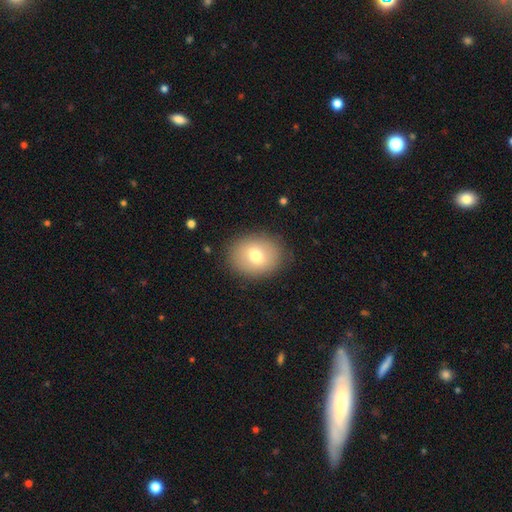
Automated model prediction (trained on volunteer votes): Smooth or featured? Predicted: smooth (p=0.73). How rounded? Predicted: round (p=0.62). Merging? Predicted: none (p=0.86).